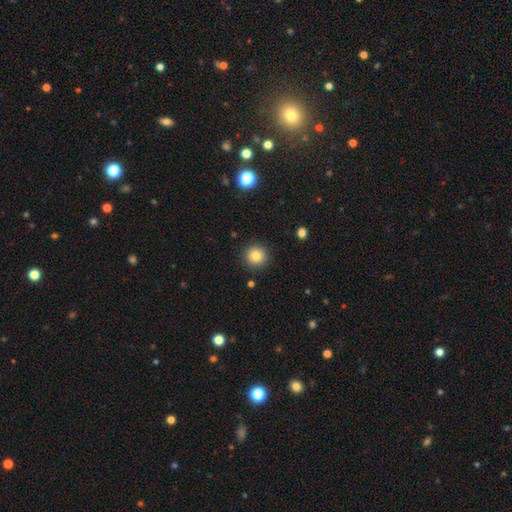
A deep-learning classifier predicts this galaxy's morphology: Q: Smooth or featured?
A: smooth (81%); runner-up: star or artifact (11%)
Q: How rounded?
A: round (94%); runner-up: in between (5%)
Q: Merging?
A: none (90%); runner-up: minor disturbance (6%)